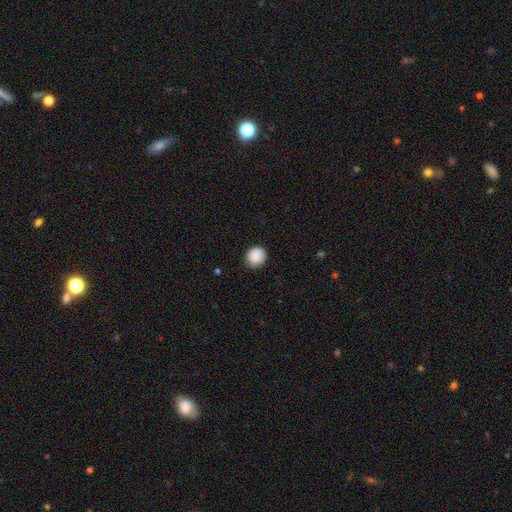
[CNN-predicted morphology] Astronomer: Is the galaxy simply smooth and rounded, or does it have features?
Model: smooth — 88%.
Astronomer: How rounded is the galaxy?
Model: round — 86%.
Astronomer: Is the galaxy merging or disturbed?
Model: none — 85%.